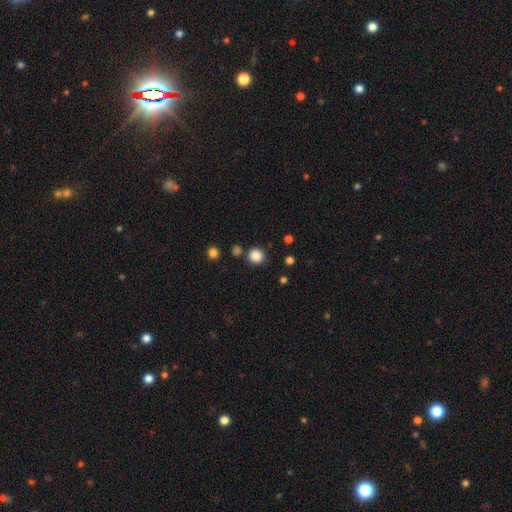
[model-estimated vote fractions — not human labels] Smooth or featured? smooth (86%)
How rounded? round (93%)
Merging? none (85%)